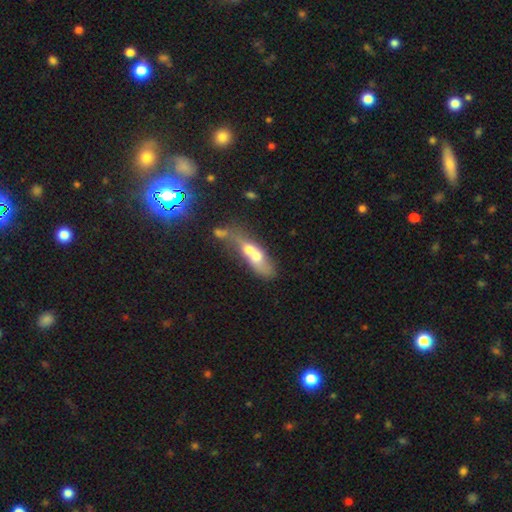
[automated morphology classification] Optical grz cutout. It shows a smooth galaxy with no disk features (53%) that is in between round and cigar-shaped (58%). Merging: merger (66%).